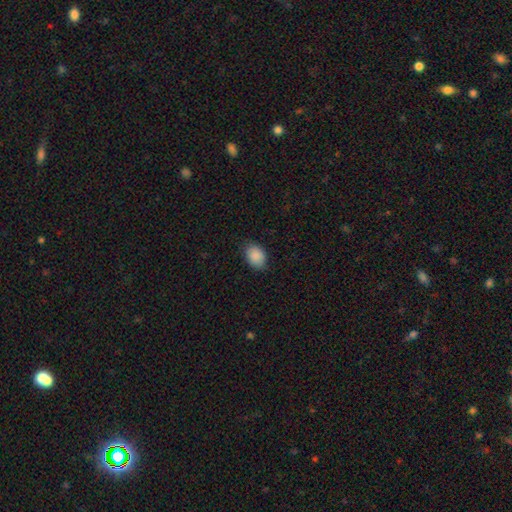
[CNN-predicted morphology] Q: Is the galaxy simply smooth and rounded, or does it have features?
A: smooth — 90%.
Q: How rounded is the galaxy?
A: in between — 78%.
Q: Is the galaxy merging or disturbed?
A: none — 83%.